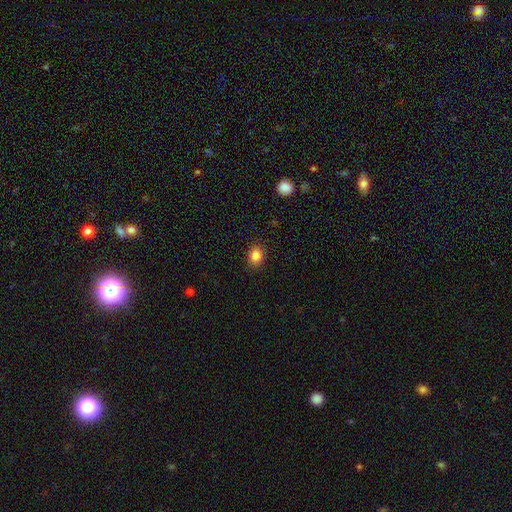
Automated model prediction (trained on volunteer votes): Q: Smooth or featured?
A: smooth (85%); runner-up: star or artifact (10%)
Q: How rounded?
A: round (54%); runner-up: in between (46%)
Q: Merging?
A: none (90%); runner-up: minor disturbance (7%)